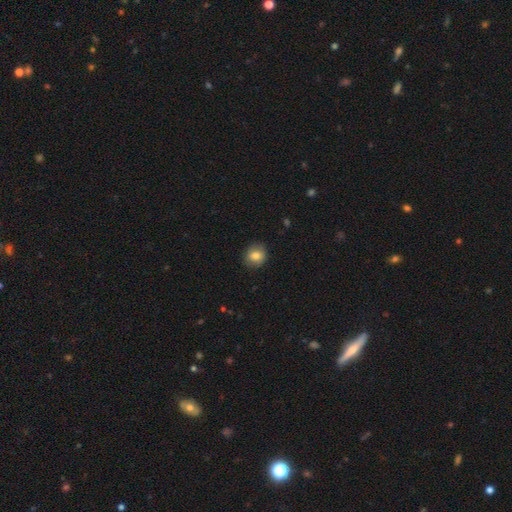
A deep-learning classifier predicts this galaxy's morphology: smooth-or-featured: smooth: 81% | featured or disk: 10% | star or artifact: 9%
  how-rounded: round: 78% | in between: 21% | cigar-shaped: 1%
  merging: none: 86% | minor disturbance: 10% | major disturbance: 2% | merger: 1%